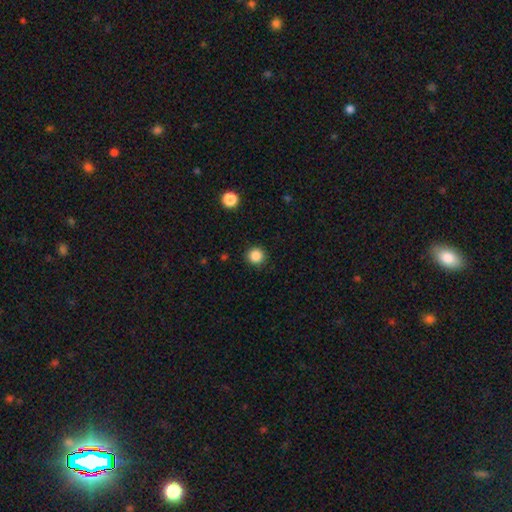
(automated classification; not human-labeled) smooth-or-featured: smooth: 86% | star or artifact: 11% | featured or disk: 3%
  how-rounded: round: 95% | in between: 4% | cigar-shaped: 1%
  merging: none: 91% | minor disturbance: 6% | major disturbance: 2% | merger: 1%